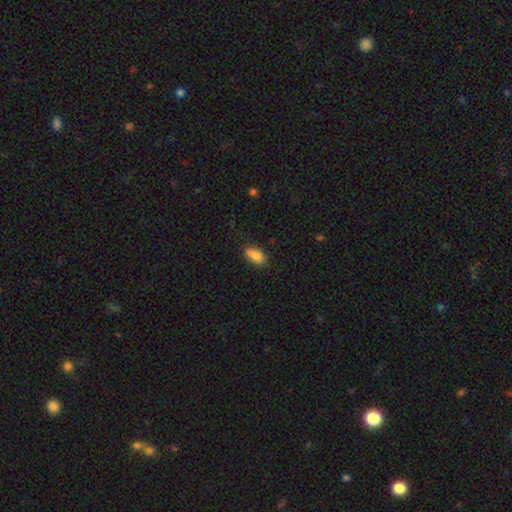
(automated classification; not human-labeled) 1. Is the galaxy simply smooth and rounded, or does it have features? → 77% smooth, 14% featured or disk, 9% star or artifact.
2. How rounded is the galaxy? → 81% in between, 15% round, 3% cigar-shaped.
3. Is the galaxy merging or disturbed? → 47% none, 33% merger, 16% minor disturbance, 4% major disturbance.